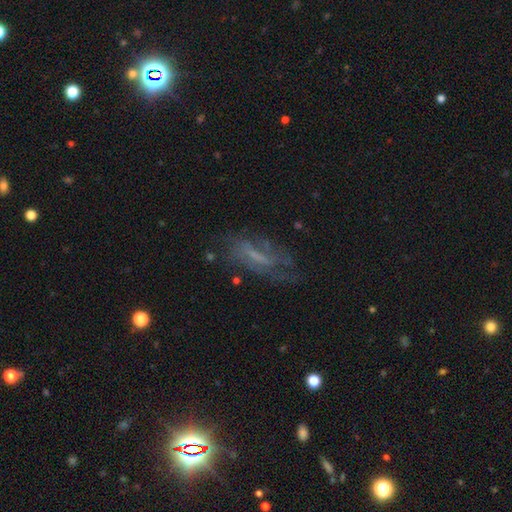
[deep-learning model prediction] This appears to be a featured or disk galaxy (59%). Merging: none (54%).